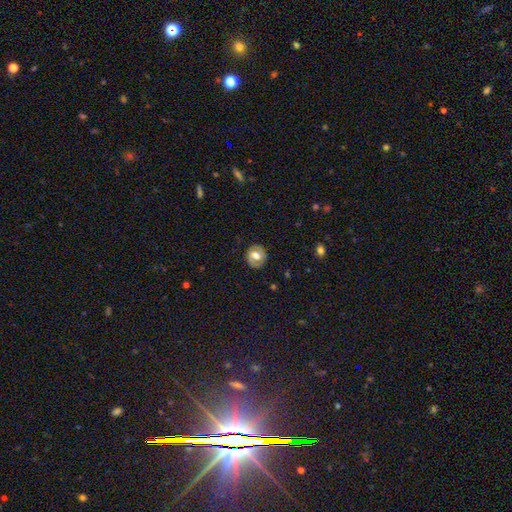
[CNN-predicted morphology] The model was most divided on "smooth or featured": smooth: 53%, featured or disk: 39%, star or artifact: 8%. More confident: merging — none (83%); how rounded — round (79%).